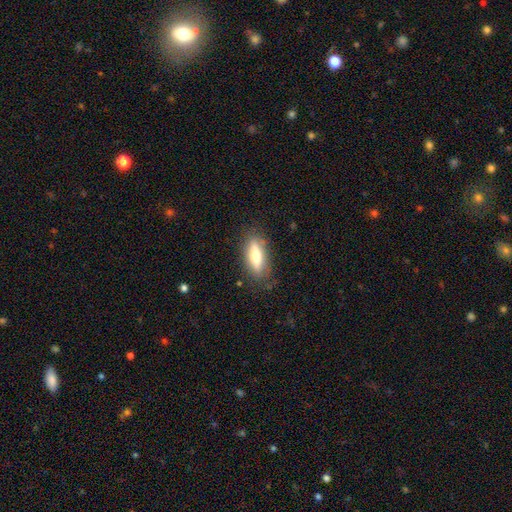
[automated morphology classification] A smooth galaxy with no disk features (61%) that is cigar-shaped (52%). Merging: none (82%).